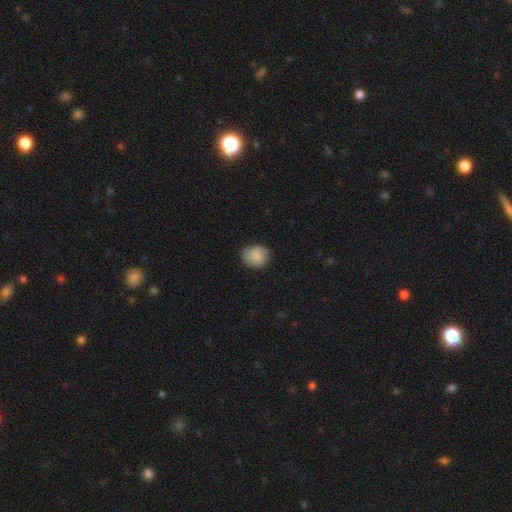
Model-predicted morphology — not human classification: This is clearly a smooth galaxy (80%). How rounded: likely round (61%). Merging: likely none (77%).